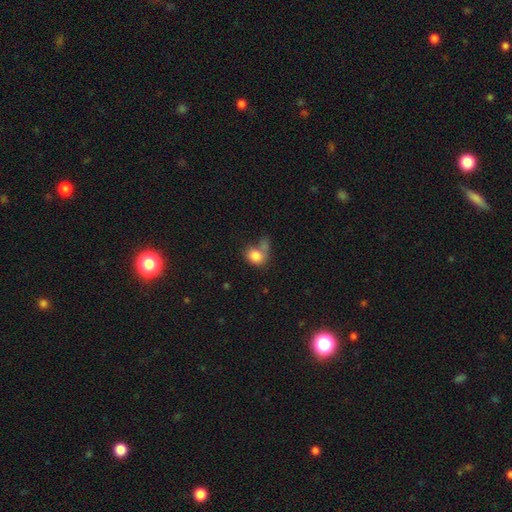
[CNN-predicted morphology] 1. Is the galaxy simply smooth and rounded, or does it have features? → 82% smooth, 10% featured or disk, 9% star or artifact.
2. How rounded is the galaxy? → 58% in between, 40% round, 1% cigar-shaped.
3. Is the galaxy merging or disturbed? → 38% merger, 31% none, 16% minor disturbance, 15% major disturbance.